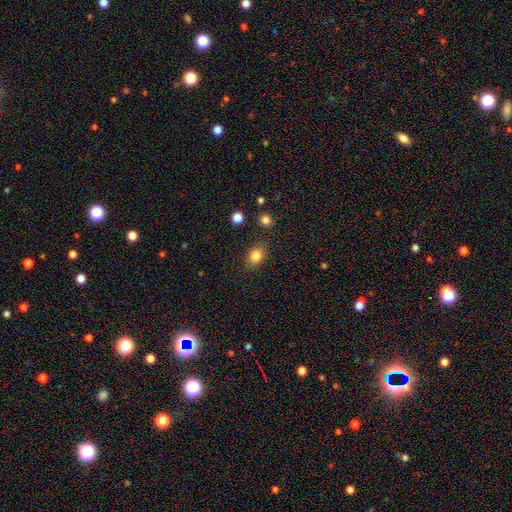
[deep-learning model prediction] Morphology: type=smooth (82%); roundness=in between (63%); merging=none (84%).